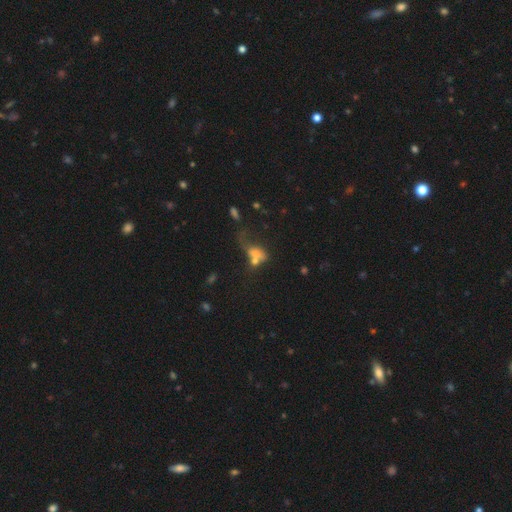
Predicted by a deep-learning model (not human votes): smooth 60%, featured or disk 25%, star or artifact 16%. Down the decision tree: how rounded — in between (72%); merging — merger (44%).